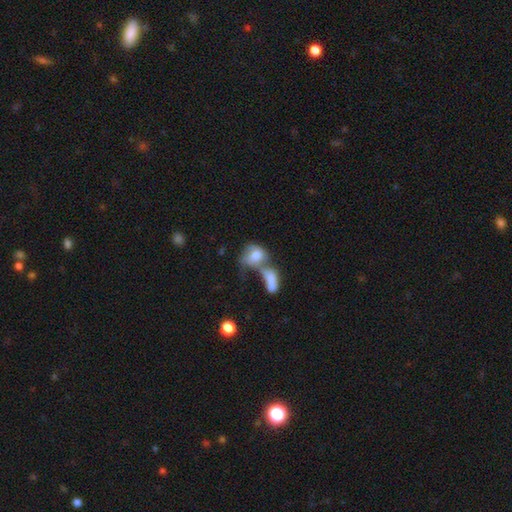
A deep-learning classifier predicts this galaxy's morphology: The model was most divided on "how rounded": in between: 65%, round: 31%, cigar-shaped: 3%. More confident: merging — merger (66%); smooth or featured — smooth (64%).